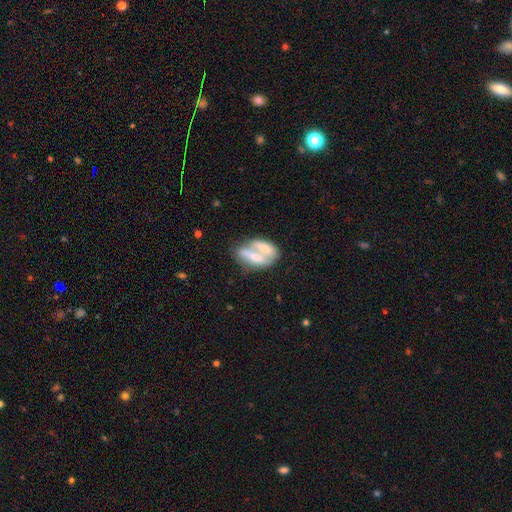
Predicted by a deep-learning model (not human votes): Smooth or featured? smooth (49%)
Merging? merger (58%)